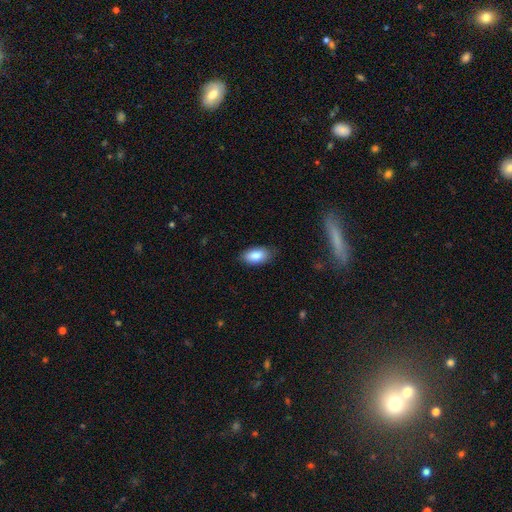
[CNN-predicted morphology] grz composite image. It shows a smooth galaxy with no disk features (86%) that is in between round and cigar-shaped (94%). Merging: none (82%).